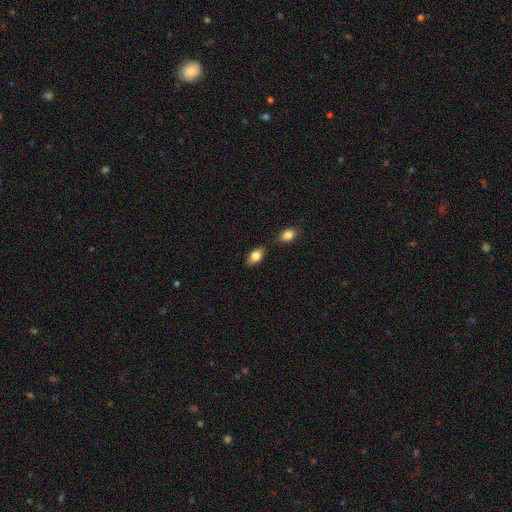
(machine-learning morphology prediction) smooth 81%, featured or disk 11%, star or artifact 8%. Down the decision tree: how rounded — in between (88%); merging — none (71%).